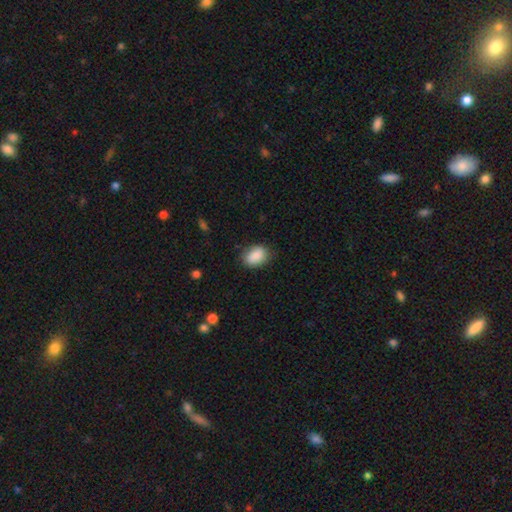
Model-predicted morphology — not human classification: This appears to be a smooth galaxy with no disk features (87%) that is in between round and cigar-shaped (78%). Merging: none (80%).